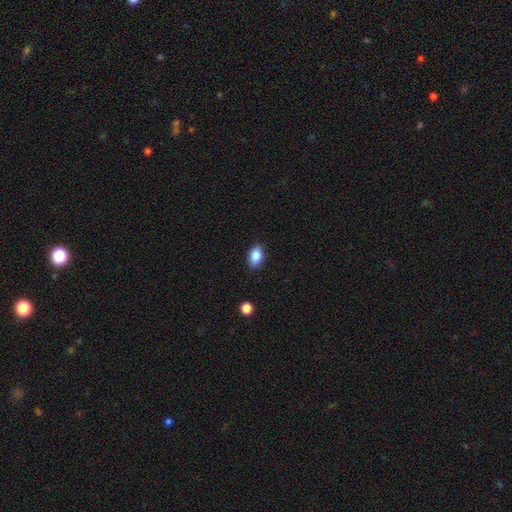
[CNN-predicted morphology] type=smooth (86%); roundness=in between (86%); merging=none (84%).